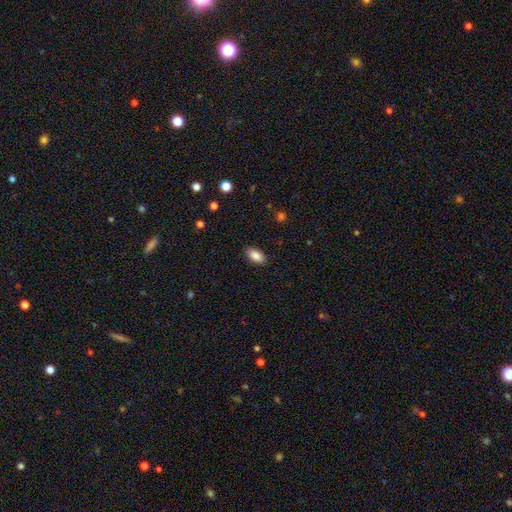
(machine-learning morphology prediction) This appears to be a smooth galaxy with no disk features (87%) that is in between round and cigar-shaped (92%). Merging: none (88%).